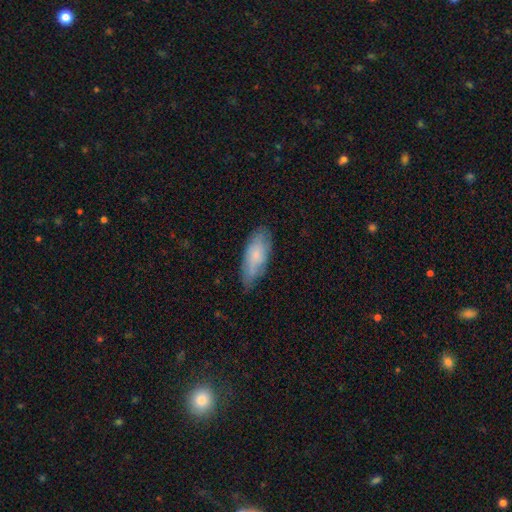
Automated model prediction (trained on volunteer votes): Smooth or featured: smooth — 71% (featured or disk — 23%)
How rounded: in between — 80% (cigar-shaped — 18%)
Merging: none — 70% (minor disturbance — 25%)